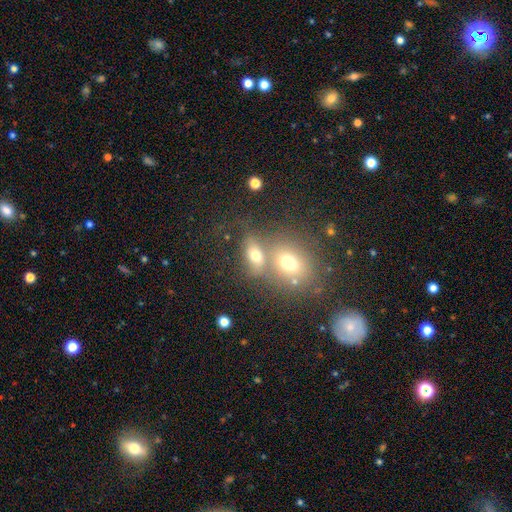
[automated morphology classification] Overall: smooth (69%). How rounded: in between (65%; round 32%). Merging: merger (49%; none 35%).